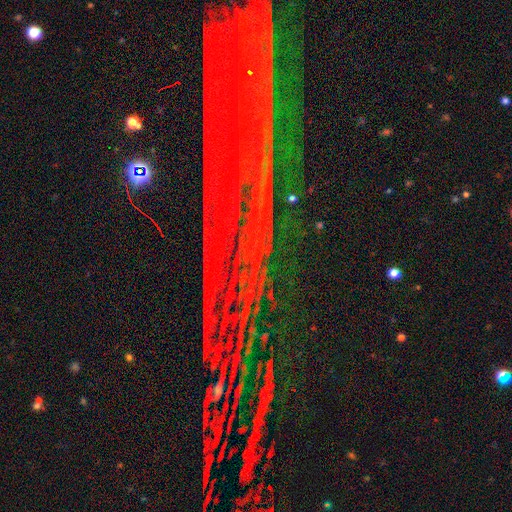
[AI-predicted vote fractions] Smooth or featured? star or artifact (82%)